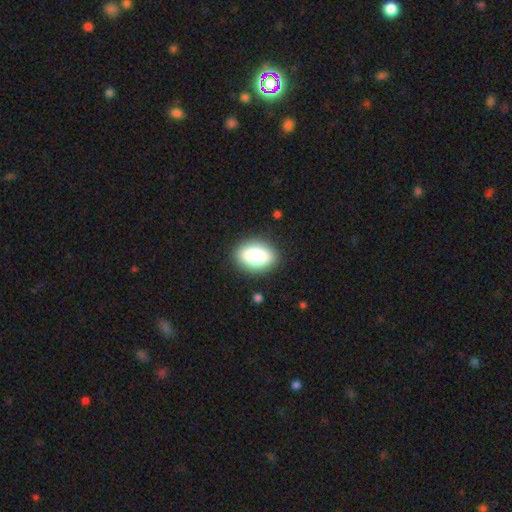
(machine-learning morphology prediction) Smooth or featured? Predicted: smooth (p=0.76). How rounded? Predicted: in between (p=0.81). Merging? Predicted: none (p=0.88).